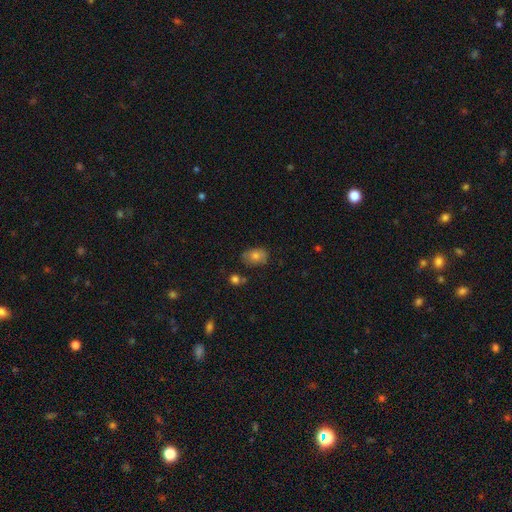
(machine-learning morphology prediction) Smooth or featured: smooth — 75% (featured or disk — 15%)
How rounded: in between — 79% (round — 20%)
Merging: none — 71% (minor disturbance — 20%)